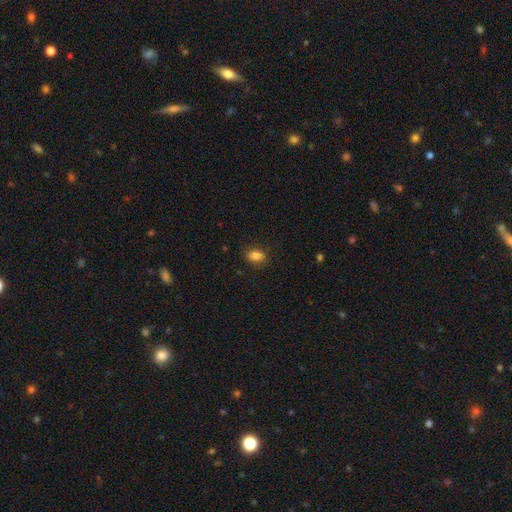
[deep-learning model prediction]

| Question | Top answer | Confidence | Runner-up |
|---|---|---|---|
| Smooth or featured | smooth | 85% | star or artifact (10%) |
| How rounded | in between | 76% | round (21%) |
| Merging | none | 83% | minor disturbance (13%) |